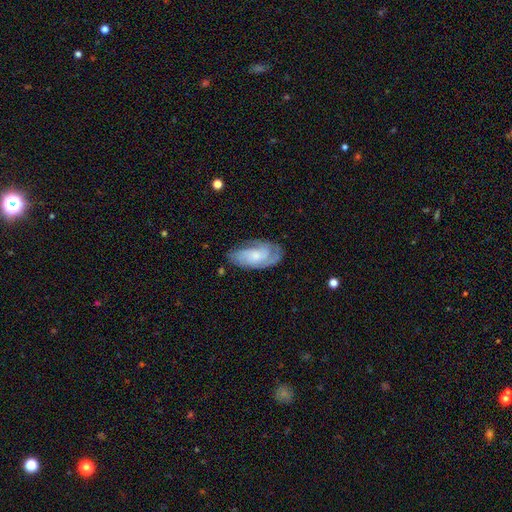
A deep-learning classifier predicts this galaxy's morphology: A featured or disk galaxy (72%) with no bar (71%), tight (54%) spiral arms (93%) and a small central bulge (52%).

Vote fractions:
- Smooth or featured? featured or disk: 72% / smooth: 22% / star or artifact: 6%
- Edge-on disk? no: 95% / yes: 5%
- Bar? no: 71% / weak: 24% / strong: 4%
- Spiral arms? yes: 93% / no: 7%
- Spiral winding? tight: 54% / medium: 36% / loose: 10%
- Spiral arm count? can't tell: 29% / 3: 28% / 2: 26% / 4: 8% / 1: 5% / more than 4: 4%
- Bulge size? small: 52% / moderate: 35% / none: 7% / large: 5% / dominant: 1%
- Merging? none: 70% / minor disturbance: 21% / major disturbance: 7% / merger: 1%